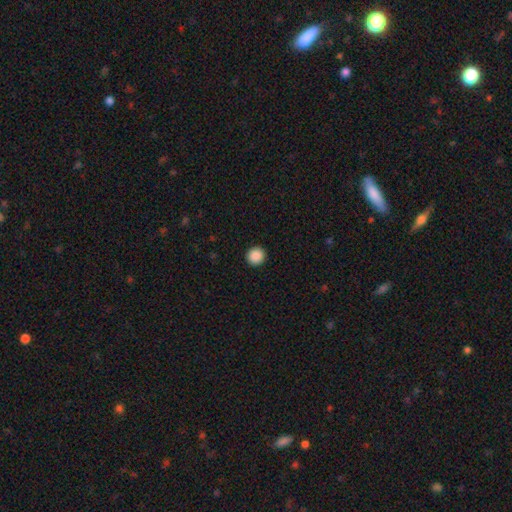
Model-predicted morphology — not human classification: smooth-or-featured: smooth: 89% | star or artifact: 9% | featured or disk: 2%
  how-rounded: round: 92% | in between: 7% | cigar-shaped: 1%
  merging: none: 93% | minor disturbance: 4% | major disturbance: 2% | merger: 1%